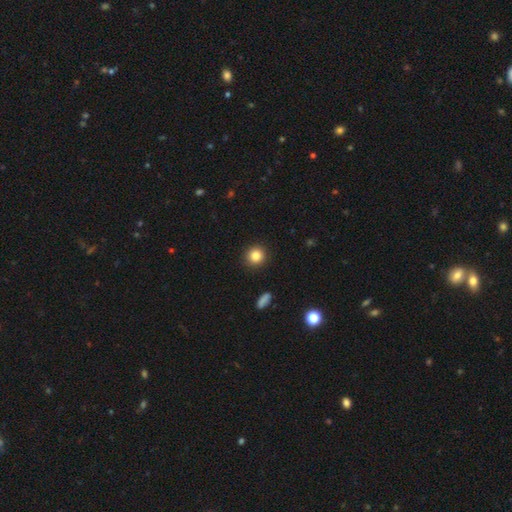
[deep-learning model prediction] Smooth or featured: smooth — 84% (star or artifact — 11%)
How rounded: round — 91% (in between — 8%)
Merging: none — 91% (minor disturbance — 6%)